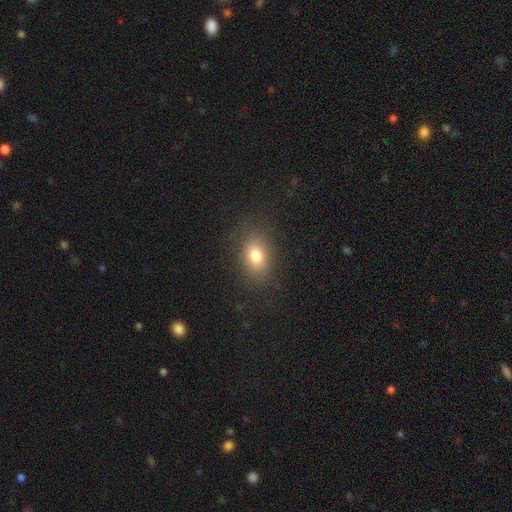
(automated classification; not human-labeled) A smooth galaxy with no disk features (79%) that is in between round and cigar-shaped (75%).

Vote fractions:
- Smooth or featured? smooth: 79% / star or artifact: 12% / featured or disk: 9%
- How rounded? in between: 75% / round: 23% / cigar-shaped: 2%
- Merging? none: 84% / minor disturbance: 10% / major disturbance: 4% / merger: 1%